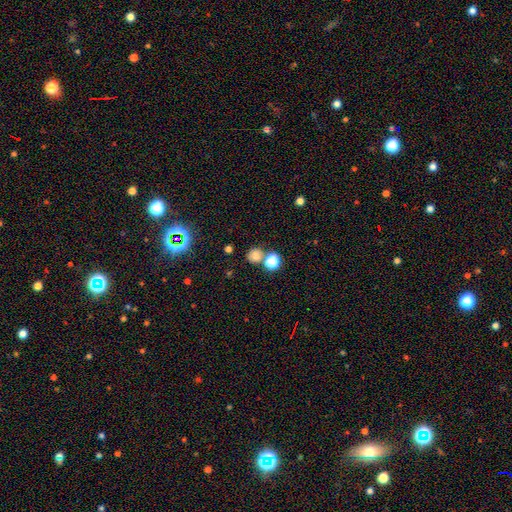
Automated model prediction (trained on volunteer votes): smooth_or_featured: smooth (p=0.72) [alt: star or artifact p=0.19]
how_rounded: round (p=0.85) [alt: in between p=0.14]
merging: none (p=0.65) [alt: merger p=0.23]